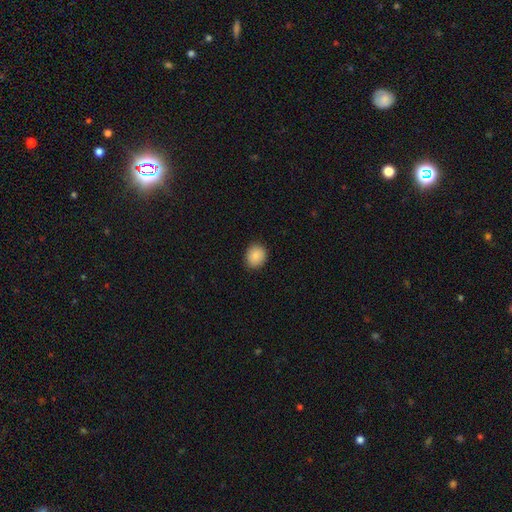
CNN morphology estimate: smooth_or_featured: smooth (p=0.87) [alt: star or artifact p=0.08]
how_rounded: round (p=0.72) [alt: in between p=0.27]
merging: none (p=0.88) [alt: minor disturbance p=0.09]